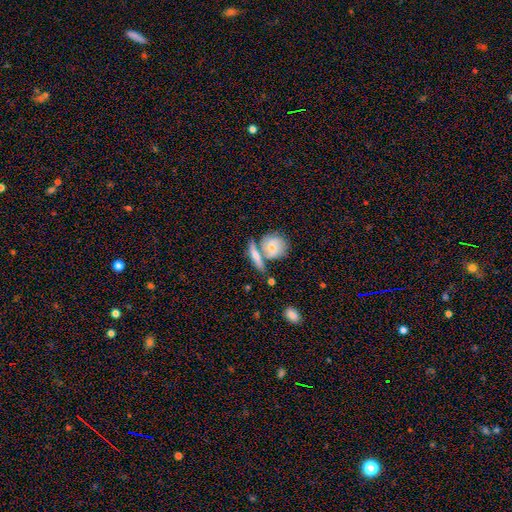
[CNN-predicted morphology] Smooth or featured? featured or disk (47%)
Merging? none (46%)